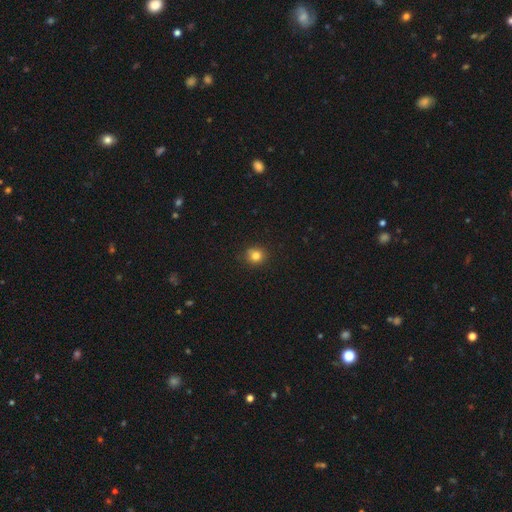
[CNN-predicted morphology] This appears to be a smooth galaxy with no disk features (82%) that is round (87%). Merging: none (87%).